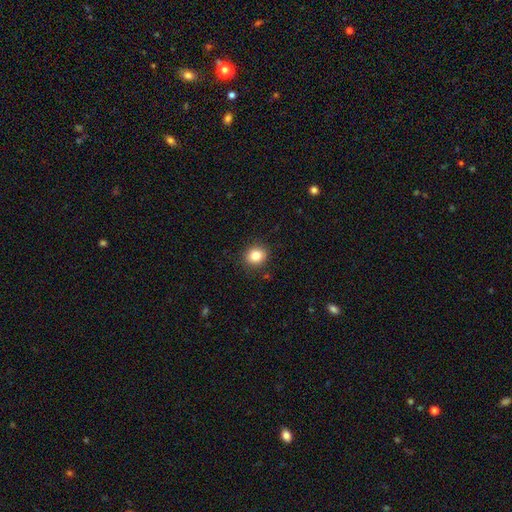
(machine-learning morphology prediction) Smooth or featured: smooth — 83% (star or artifact — 10%)
How rounded: round — 75% (in between — 24%)
Merging: none — 89% (minor disturbance — 7%)